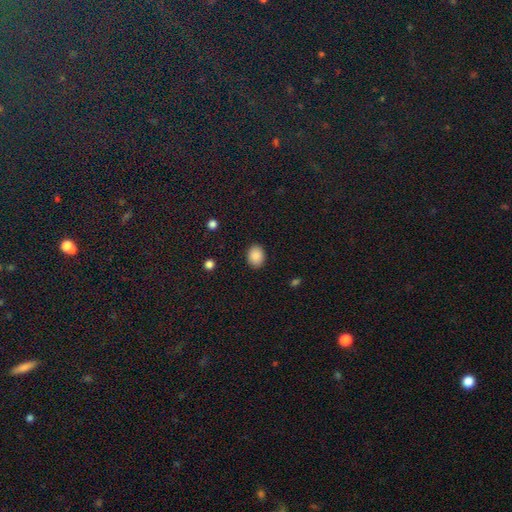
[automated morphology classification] Smooth or featured? smooth (88%)
How rounded? in between (53%)
Merging? none (89%)